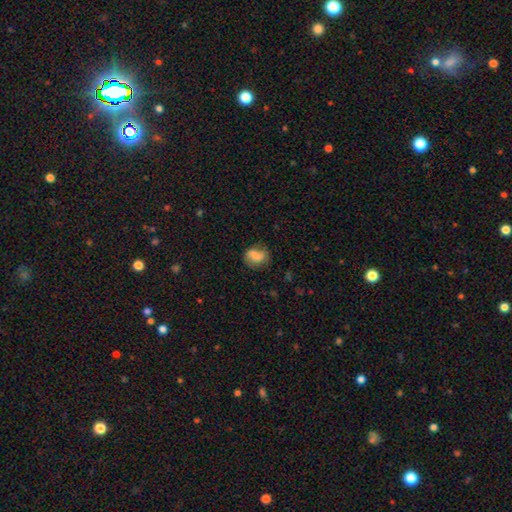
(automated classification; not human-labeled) This is likely a smooth galaxy (70%). How rounded: possibly in between (52%). Merging: likely none (62%).